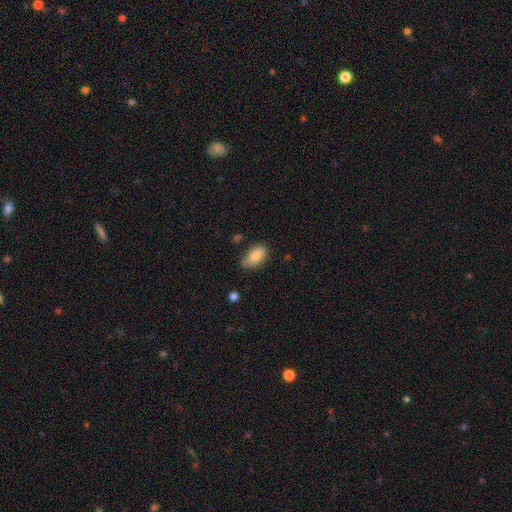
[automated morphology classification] The model was most divided on "merging": none: 71%, minor disturbance: 22%, major disturbance: 4%, merger: 3%. More confident: how rounded — in between (92%); smooth or featured — smooth (80%).